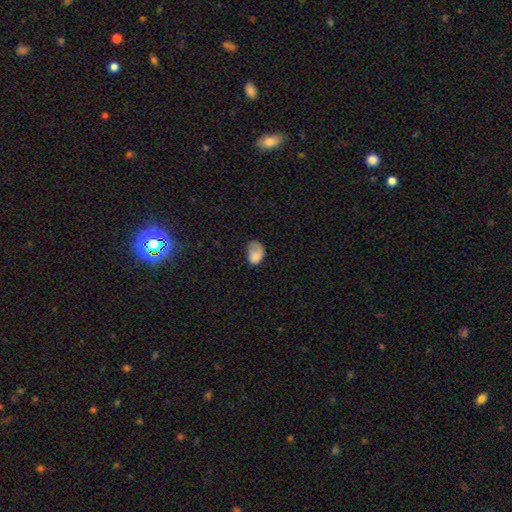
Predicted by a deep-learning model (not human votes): Q: Smooth or featured?
A: smooth (75%); runner-up: featured or disk (17%)
Q: How rounded?
A: in between (78%); runner-up: round (20%)
Q: Merging?
A: none (37%); runner-up: minor disturbance (31%)